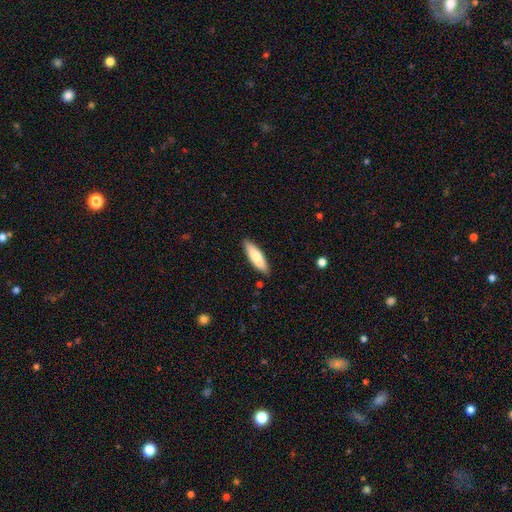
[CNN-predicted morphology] Smooth or featured: smooth — 72% (featured or disk — 22%)
How rounded: cigar-shaped — 56% (in between — 42%)
Merging: none — 81% (minor disturbance — 13%)